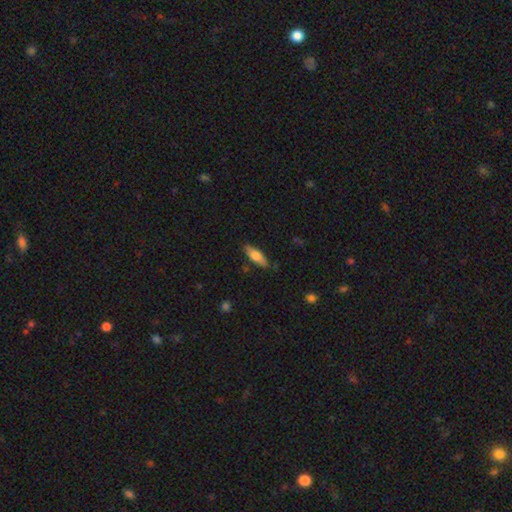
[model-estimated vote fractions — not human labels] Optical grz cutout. It shows a smooth galaxy with no disk features (63%) that is in between round and cigar-shaped (55%). Merging: none (84%).